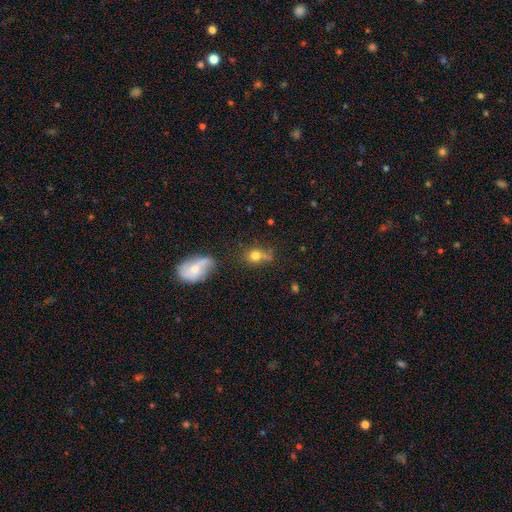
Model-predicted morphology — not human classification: smooth-or-featured: smooth: 74% | featured or disk: 13% | star or artifact: 13%
  how-rounded: round: 68% | in between: 30% | cigar-shaped: 2%
  merging: none: 55% | minor disturbance: 19% | merger: 18% | major disturbance: 9%